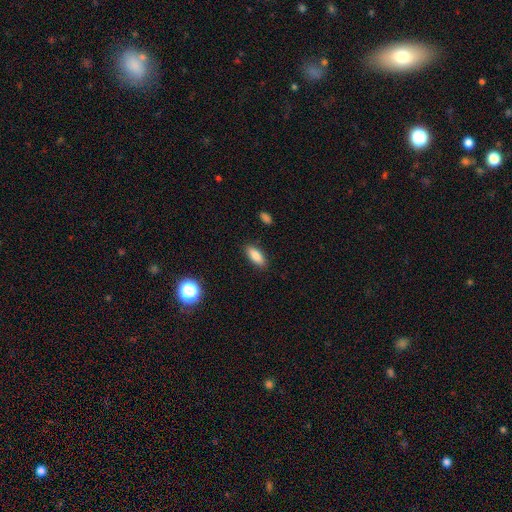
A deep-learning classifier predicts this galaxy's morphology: type=smooth (85%); roundness=in between (78%); merging=none (87%).